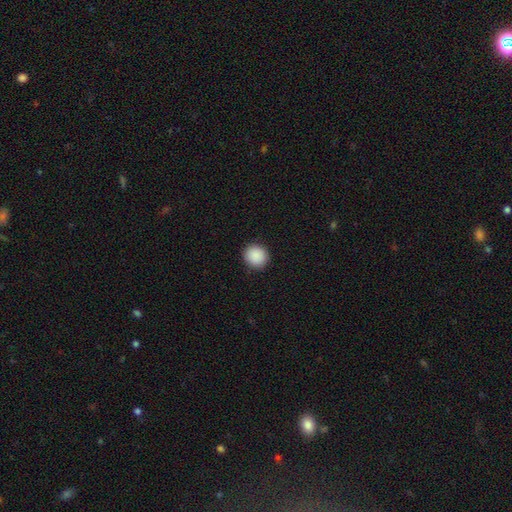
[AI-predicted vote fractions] Smooth or featured?
  - smooth: 90% *
  - star or artifact: 8%
  - featured or disk: 2%
How rounded?
  - round: 91% *
  - in between: 8%
  - cigar-shaped: 1%
Merging?
  - none: 92% *
  - minor disturbance: 6%
  - major disturbance: 2%
  - merger: 1%